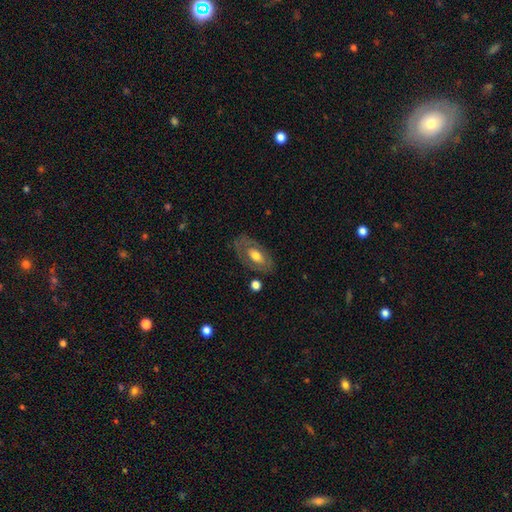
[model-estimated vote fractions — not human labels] This is possibly a featured or disk galaxy (47%, tied with smooth). Merging: likely none (73%).